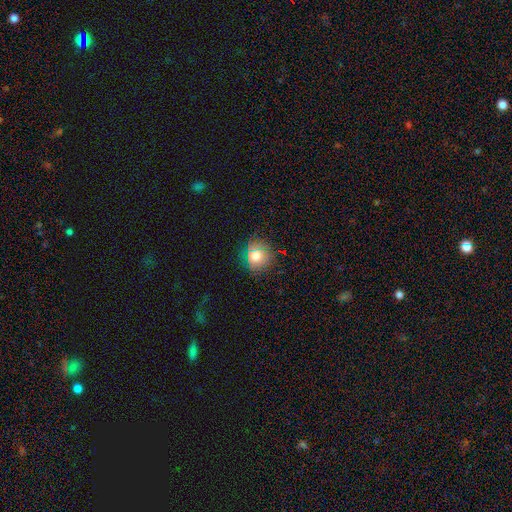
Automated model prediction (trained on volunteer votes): Smooth or featured?
  - smooth: 75% *
  - star or artifact: 14%
  - featured or disk: 10%
How rounded?
  - round: 89% *
  - in between: 10%
  - cigar-shaped: 1%
Merging?
  - none: 82% *
  - minor disturbance: 13%
  - major disturbance: 4%
  - merger: 1%